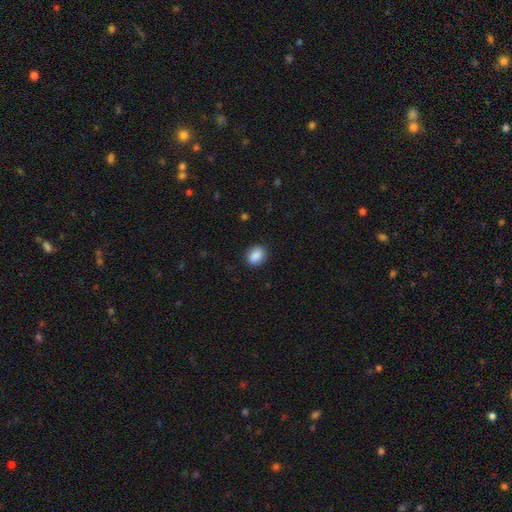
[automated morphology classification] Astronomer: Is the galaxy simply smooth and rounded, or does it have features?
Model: smooth — 88%.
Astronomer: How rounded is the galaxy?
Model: in between — 62%.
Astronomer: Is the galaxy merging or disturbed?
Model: none — 88%.